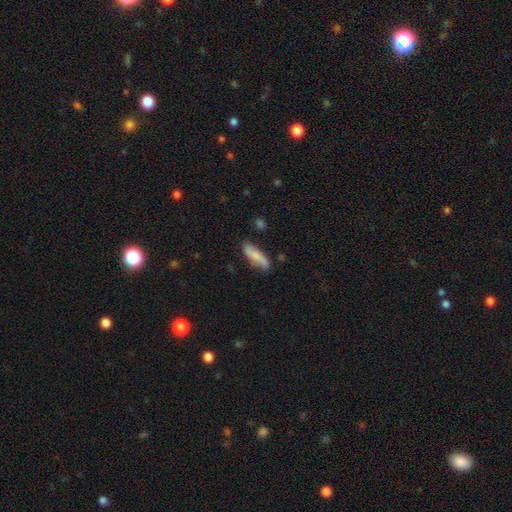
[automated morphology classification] A smooth galaxy with no disk features (69%) that is cigar-shaped (58%). Merging: none (70%).